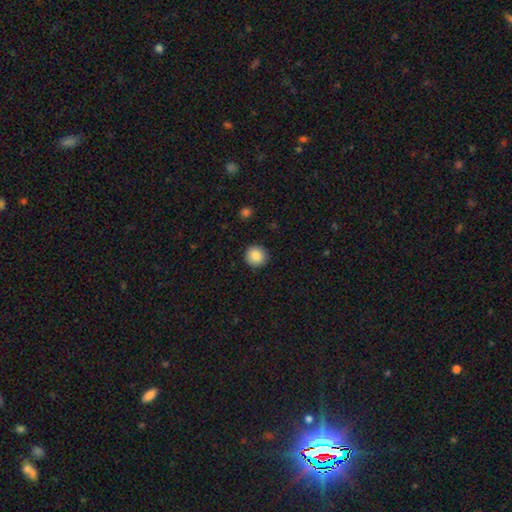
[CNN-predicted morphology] smooth-or-featured: smooth: 86% | star or artifact: 8% | featured or disk: 5%
  how-rounded: round: 95% | in between: 4% | cigar-shaped: 1%
  merging: none: 92% | minor disturbance: 6% | major disturbance: 2% | merger: 1%